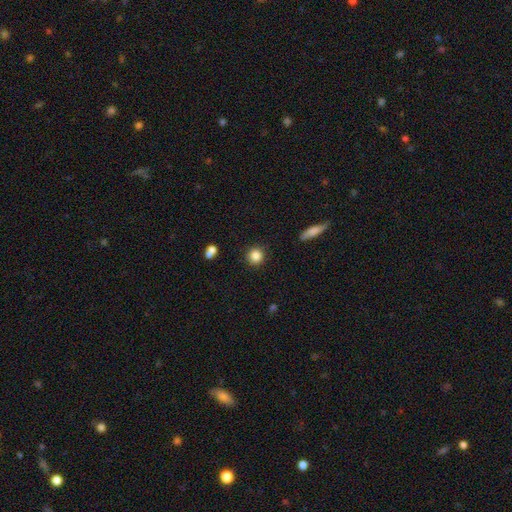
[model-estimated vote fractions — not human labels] A smooth galaxy with no disk features (85%) that is round (91%). Merging: none (89%).